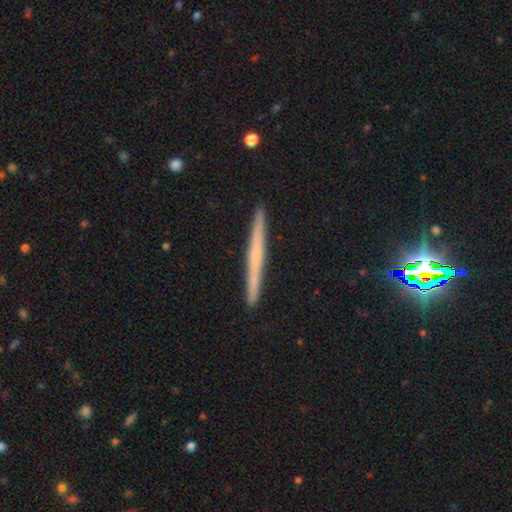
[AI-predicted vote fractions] Smooth or featured? Predicted: featured or disk (p=0.52). Edge-on disk? Predicted: yes (p=0.97). Edge-on bulge? Predicted: none (p=0.79). Merging? Predicted: none (p=0.92).